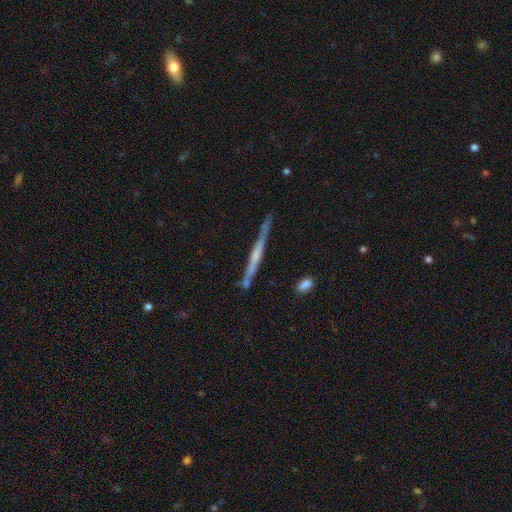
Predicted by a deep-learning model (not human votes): A featured or disk galaxy (65%) viewed edge-on (97%) with no central bulge (57%).

Vote fractions:
- Smooth or featured? featured or disk: 65% / smooth: 29% / star or artifact: 7%
- Edge-on disk? yes: 97% / no: 3%
- Edge-on bulge? none: 57% / rounded: 28% / boxy: 15%
- Merging? none: 80% / minor disturbance: 13% / merger: 4% / major disturbance: 3%